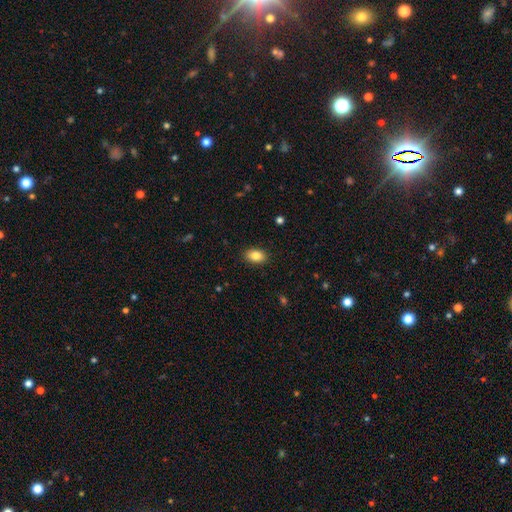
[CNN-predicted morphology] The model was most divided on "how rounded": in between: 88%, round: 11%, cigar-shaped: 1%. More confident: merging — none (89%); smooth or featured — smooth (86%).